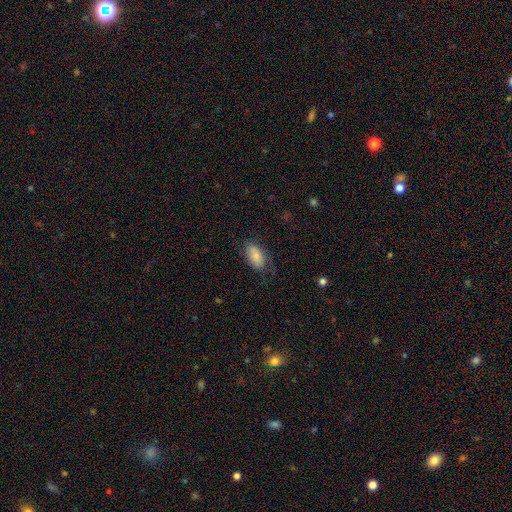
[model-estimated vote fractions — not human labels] A smooth galaxy with no disk features (79%) that is in between round and cigar-shaped (93%). Merging: none (64%).